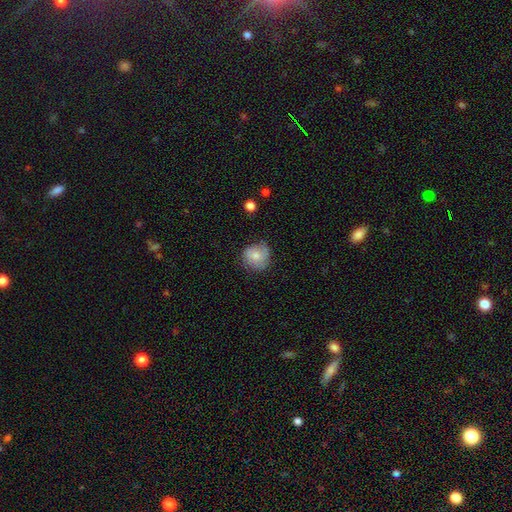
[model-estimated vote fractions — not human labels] Overall: smooth (63%; featured or disk 30%). How rounded: round (87%). Merging: none (67%).